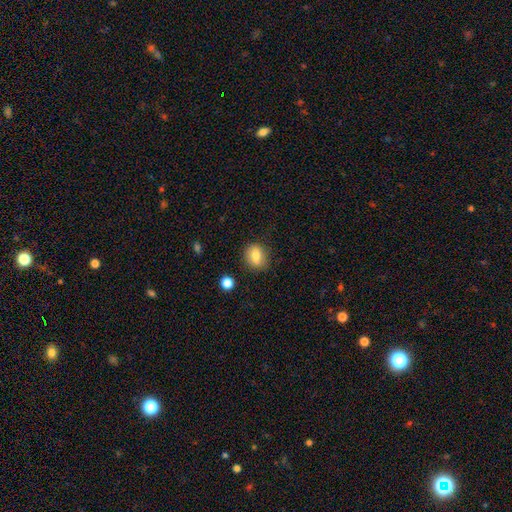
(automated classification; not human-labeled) Morphology: type=smooth (76%); roundness=in between (53%); merging=none (82%).